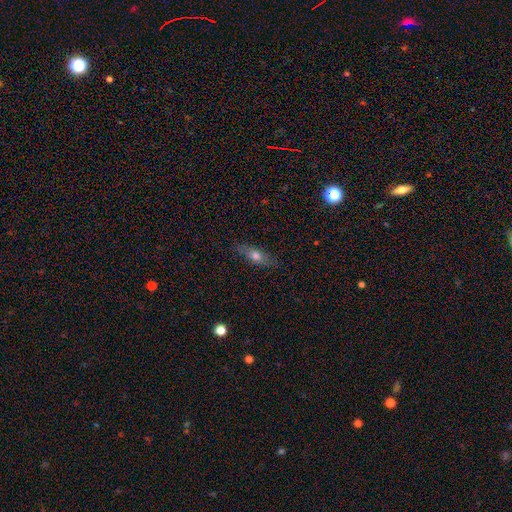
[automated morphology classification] Smooth or featured? smooth (58%)
How rounded? in between (50%)
Merging? none (83%)